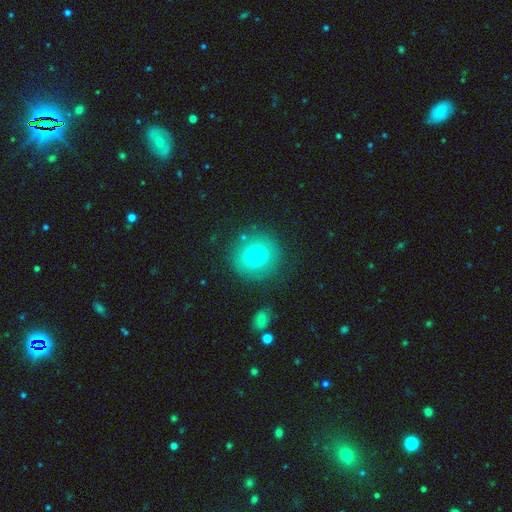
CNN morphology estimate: This appears to be a smooth galaxy with no disk features (73%) that is round (93%). Merging: none (83%).